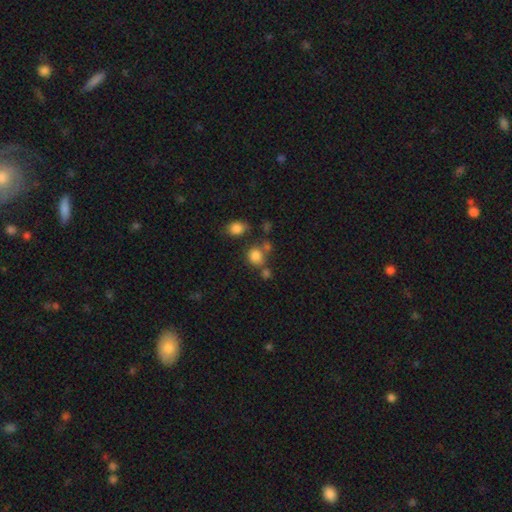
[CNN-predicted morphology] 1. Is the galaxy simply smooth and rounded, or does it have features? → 80% smooth, 13% star or artifact, 7% featured or disk.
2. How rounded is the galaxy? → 78% round, 21% in between, 1% cigar-shaped.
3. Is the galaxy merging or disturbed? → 60% none, 22% merger, 12% minor disturbance, 6% major disturbance.